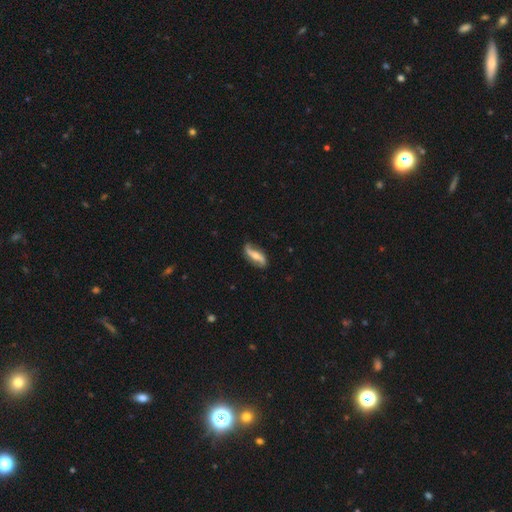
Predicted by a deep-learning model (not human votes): Q: Smooth or featured?
A: featured or disk (73%); runner-up: smooth (22%)
Q: Edge-on disk?
A: no (87%); runner-up: yes (13%)
Q: Bar?
A: strong (40%); runner-up: no (31%)
Q: Spiral arms?
A: yes (90%); runner-up: no (10%)
Q: Spiral winding?
A: loose (74%); runner-up: medium (17%)
Q: Spiral arm count?
A: 2 (91%); runner-up: can't tell (4%)
Q: Bulge size?
A: moderate (49%); runner-up: small (41%)
Q: Merging?
A: none (78%); runner-up: minor disturbance (16%)